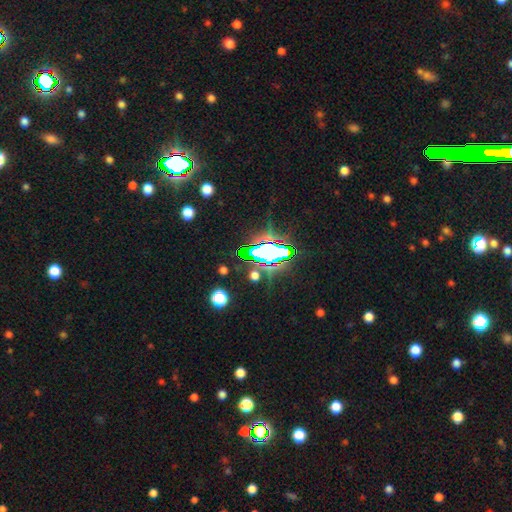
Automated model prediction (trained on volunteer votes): A star or artifact, not a galaxy (81%).